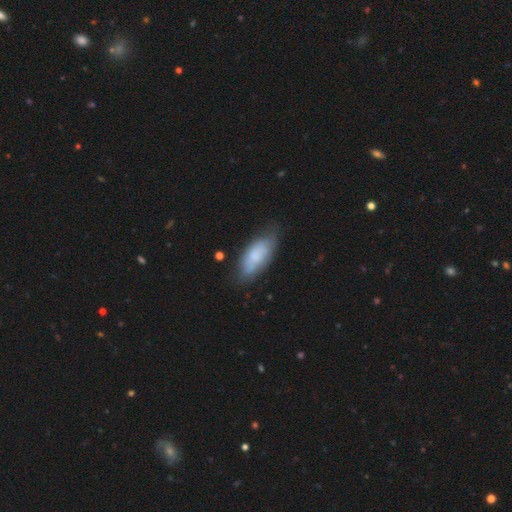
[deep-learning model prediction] smooth-or-featured: smooth: 67% | featured or disk: 26% | star or artifact: 7%
  how-rounded: in between: 85% | cigar-shaped: 13% | round: 2%
  merging: none: 62% | minor disturbance: 28% | major disturbance: 7% | merger: 2%